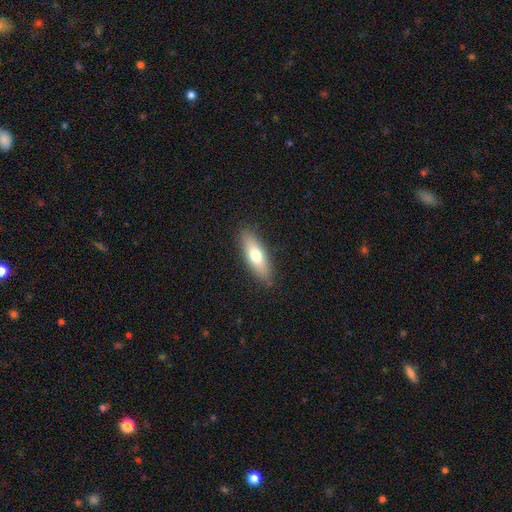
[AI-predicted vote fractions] Smooth or featured: smooth — 67% (featured or disk — 27%)
How rounded: in between — 53% (cigar-shaped — 44%)
Merging: none — 86% (minor disturbance — 10%)